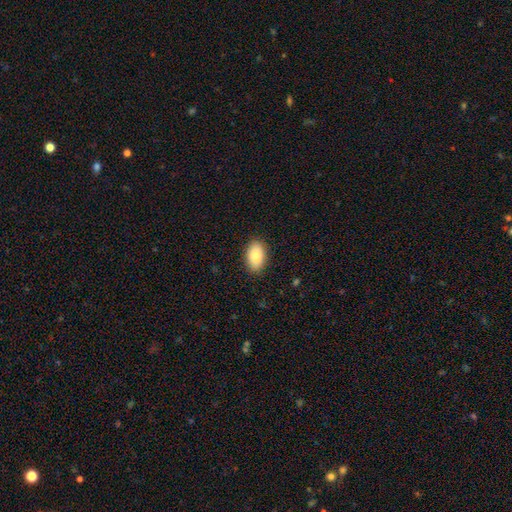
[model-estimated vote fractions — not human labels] Smooth or featured: smooth — 86% (featured or disk — 7%)
How rounded: in between — 93% (round — 5%)
Merging: none — 88% (minor disturbance — 9%)